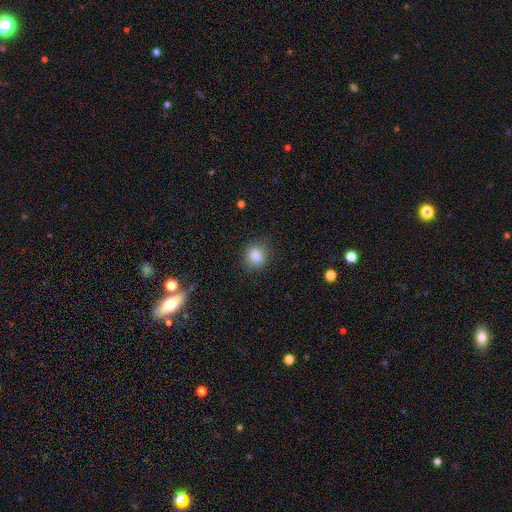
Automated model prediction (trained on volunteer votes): A smooth galaxy with no disk features (84%) that is round (76%). Merging: none (78%).